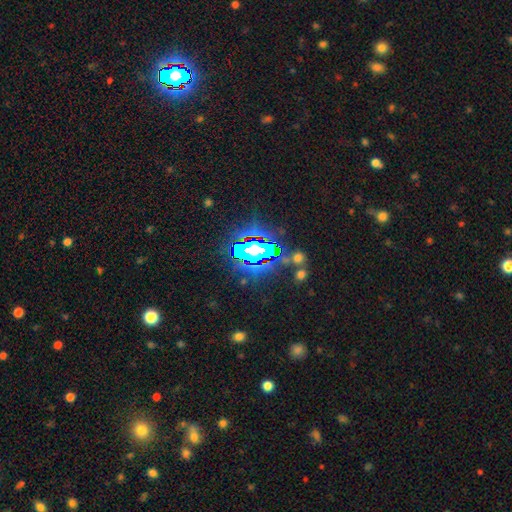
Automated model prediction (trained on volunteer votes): Smooth or featured? Predicted: star or artifact (p=0.82).